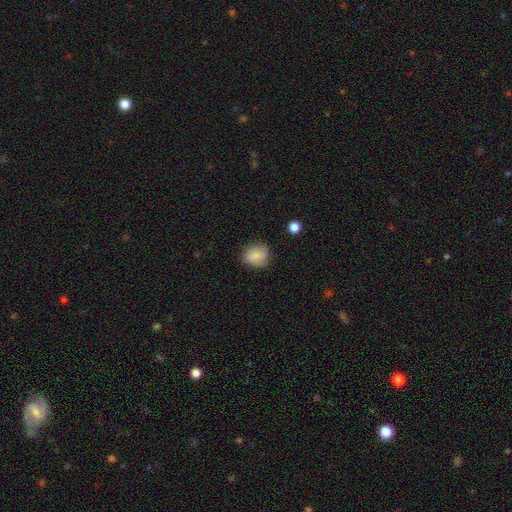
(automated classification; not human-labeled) Smooth or featured: smooth — 82% (featured or disk — 10%)
How rounded: round — 64% (in between — 35%)
Merging: none — 71% (minor disturbance — 22%)